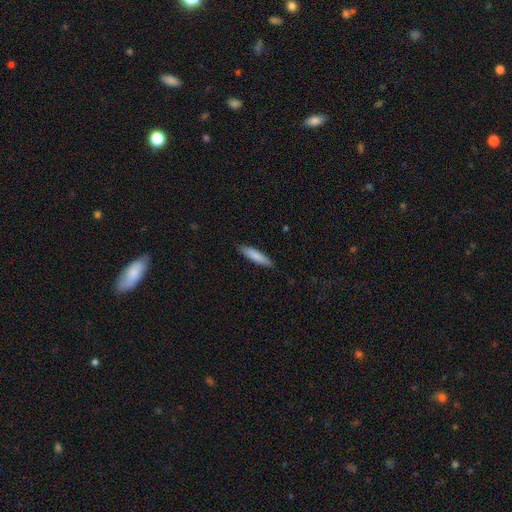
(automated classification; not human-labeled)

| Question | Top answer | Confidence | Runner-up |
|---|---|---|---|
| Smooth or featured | smooth | 82% | featured or disk (12%) |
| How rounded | cigar-shaped | 81% | in between (18%) |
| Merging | none | 86% | minor disturbance (11%) |